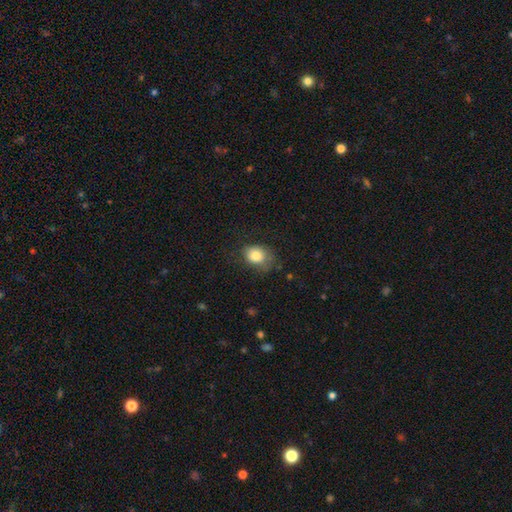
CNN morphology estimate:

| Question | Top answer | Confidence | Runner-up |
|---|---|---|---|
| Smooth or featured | smooth | 82% | star or artifact (9%) |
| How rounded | in between | 51% | round (48%) |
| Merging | none | 59% | minor disturbance (28%) |